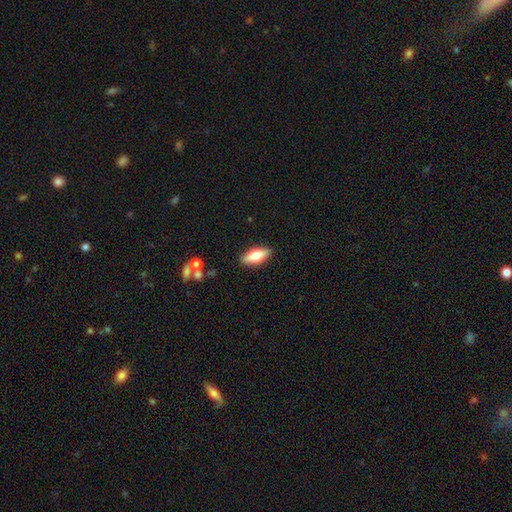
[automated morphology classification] Smooth or featured? Predicted: smooth (p=0.64). How rounded? Predicted: in between (p=0.72). Merging? Predicted: none (p=0.88).